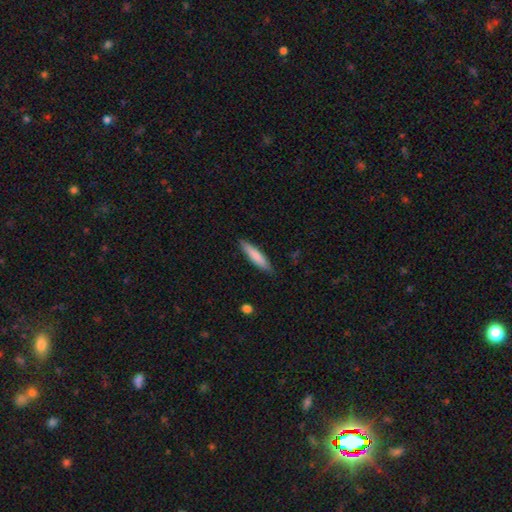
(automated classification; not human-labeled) Smooth or featured?
  - smooth: 80% *
  - featured or disk: 14%
  - star or artifact: 5%
How rounded?
  - cigar-shaped: 83% *
  - in between: 15%
  - round: 1%
Merging?
  - none: 85% *
  - minor disturbance: 12%
  - major disturbance: 2%
  - merger: 1%